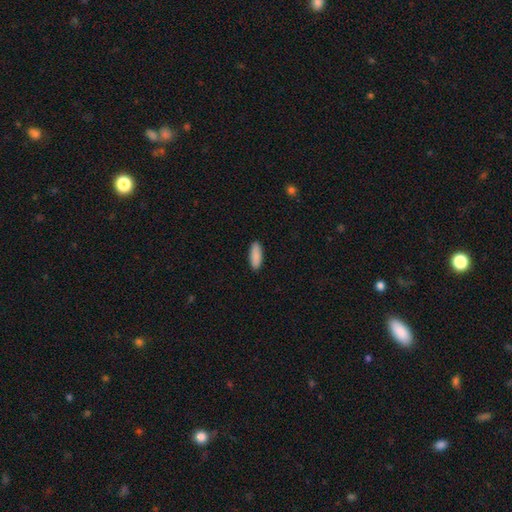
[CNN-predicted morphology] This appears to be a smooth galaxy with no disk features (91%) that is in between round and cigar-shaped (69%). Merging: none (90%).